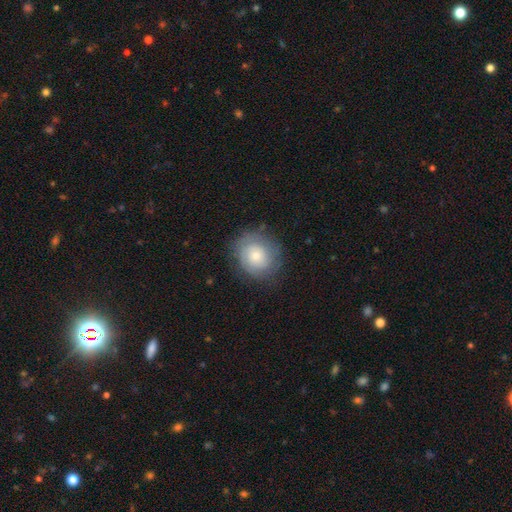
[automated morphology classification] A smooth galaxy with no disk features (57%) that is round (83%). Merging: none (77%).